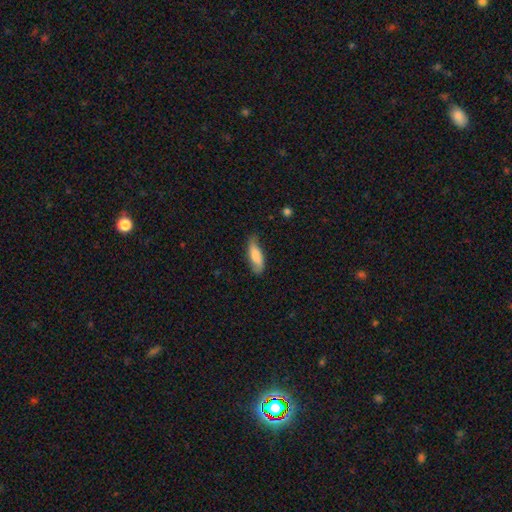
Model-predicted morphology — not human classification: This appears to be a smooth galaxy with no disk features (76%) that is in between round and cigar-shaped (61%). Merging: none (68%).